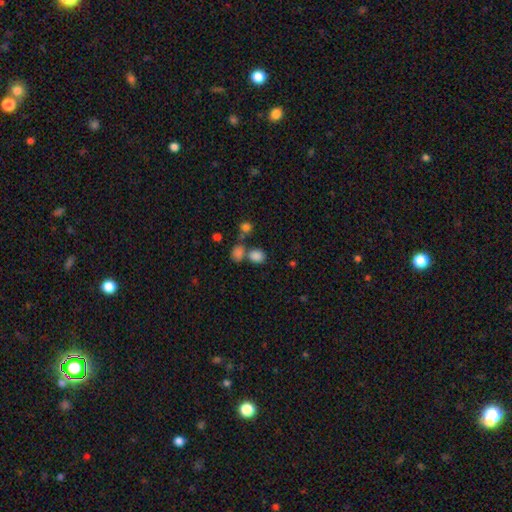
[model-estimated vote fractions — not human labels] smooth 82%, star or artifact 12%, featured or disk 6%. Down the decision tree: how rounded — round (54%); merging — none (53%).